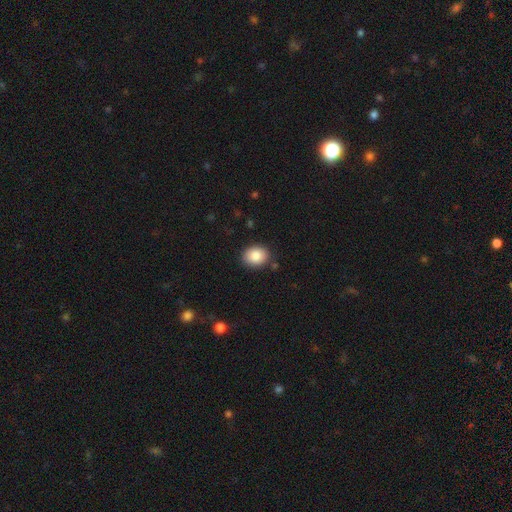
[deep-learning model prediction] A smooth galaxy with no disk features (86%) that is in between round and cigar-shaped (51%).

Vote fractions:
- Smooth or featured? smooth: 86% / star or artifact: 8% / featured or disk: 6%
- How rounded? in between: 51% / round: 48% / cigar-shaped: 1%
- Merging? none: 85% / minor disturbance: 11% / major disturbance: 2% / merger: 2%